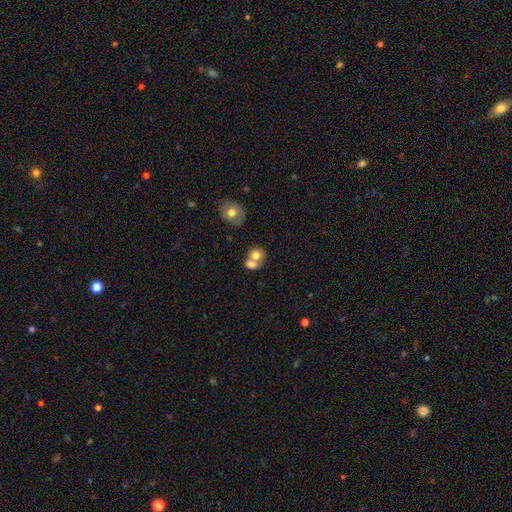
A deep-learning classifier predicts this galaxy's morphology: A smooth galaxy with no disk features (75%) that is round (68%). Merging: merger (58%).